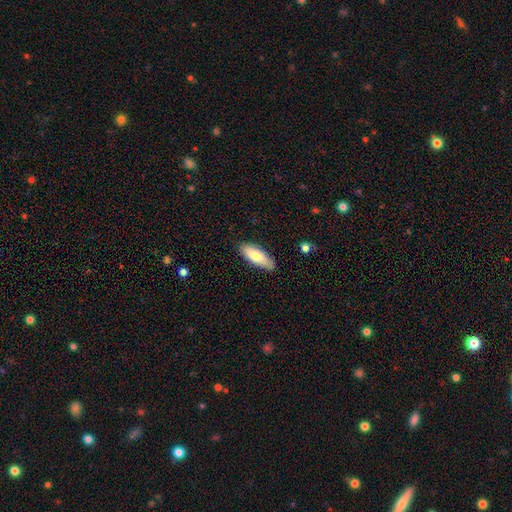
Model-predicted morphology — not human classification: Smooth or featured: smooth — 76% (featured or disk — 18%)
How rounded: in between — 72% (cigar-shaped — 26%)
Merging: none — 84% (minor disturbance — 13%)